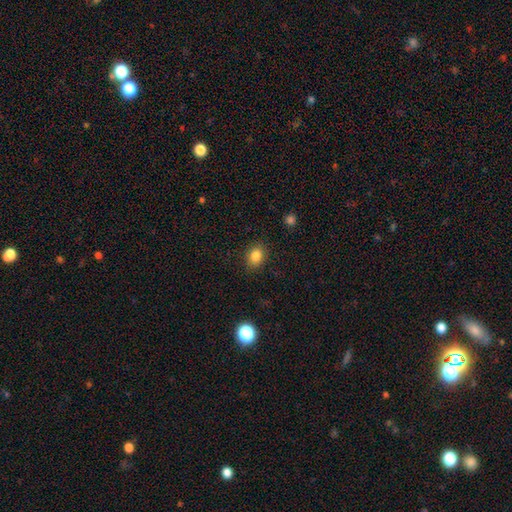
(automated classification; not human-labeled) Smooth or featured?
  - smooth: 83% *
  - star or artifact: 11%
  - featured or disk: 6%
How rounded?
  - in between: 55% *
  - round: 44%
  - cigar-shaped: 1%
Merging?
  - none: 87% *
  - minor disturbance: 9%
  - major disturbance: 3%
  - merger: 1%